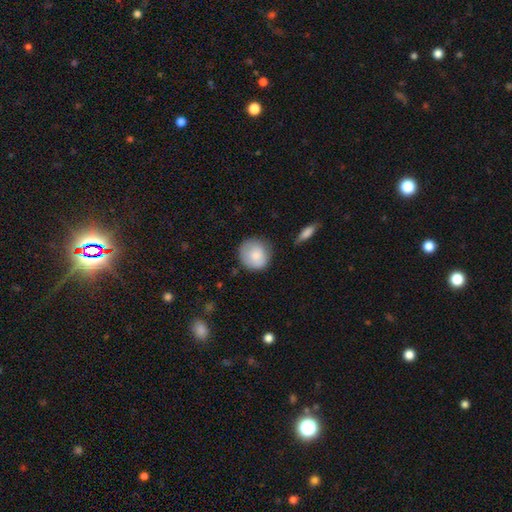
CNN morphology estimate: Q: Smooth or featured?
A: smooth (83%); runner-up: featured or disk (10%)
Q: How rounded?
A: round (89%); runner-up: in between (10%)
Q: Merging?
A: none (72%); runner-up: minor disturbance (21%)